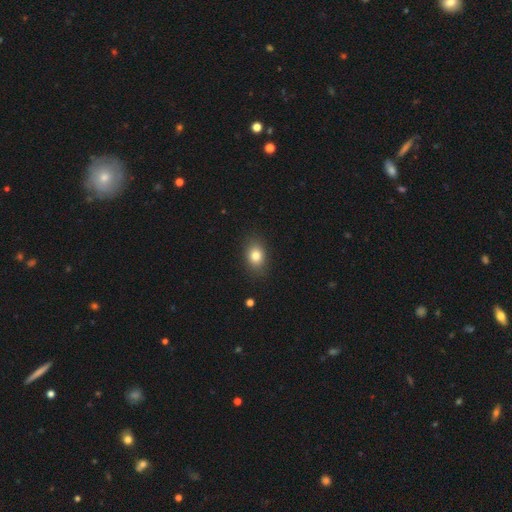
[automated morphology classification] This appears to be a smooth galaxy with no disk features (81%) that is in between round and cigar-shaped (68%). Merging: none (87%).